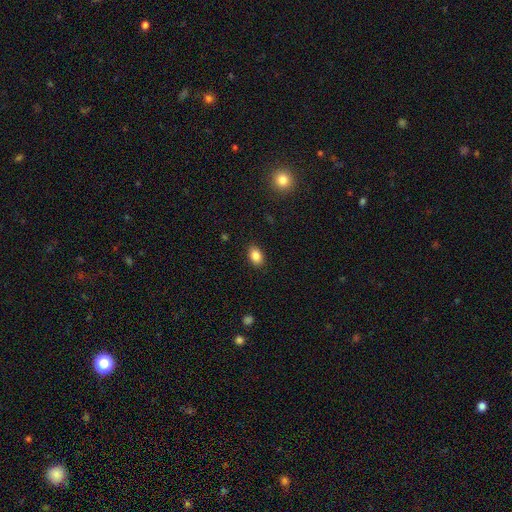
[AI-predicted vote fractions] smooth 86%, star or artifact 9%, featured or disk 6%. Down the decision tree: how rounded — in between (85%); merging — none (88%).